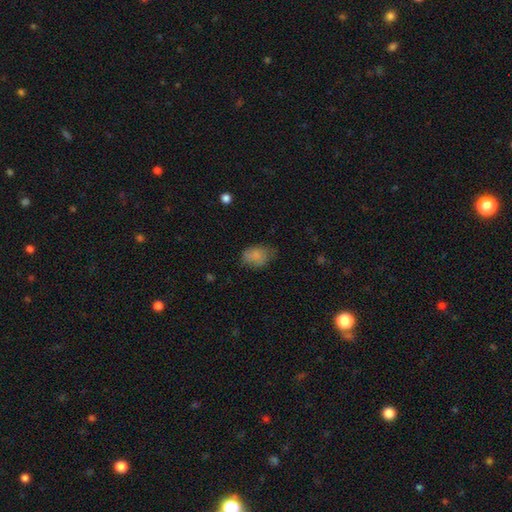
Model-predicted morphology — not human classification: Q: Smooth or featured?
A: smooth (81%); runner-up: featured or disk (10%)
Q: How rounded?
A: in between (70%); runner-up: round (29%)
Q: Merging?
A: none (57%); runner-up: minor disturbance (31%)